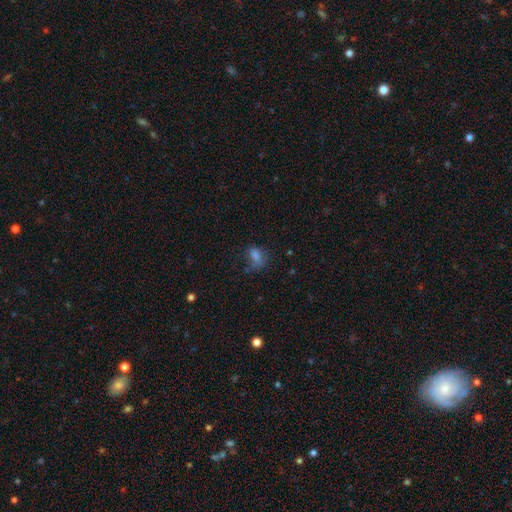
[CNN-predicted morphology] Smooth or featured?
  - smooth: 61% *
  - star or artifact: 23%
  - featured or disk: 17%
How rounded?
  - in between: 73% *
  - round: 21%
  - cigar-shaped: 6%
Merging?
  - none: 48% *
  - minor disturbance: 24%
  - major disturbance: 23%
  - merger: 4%